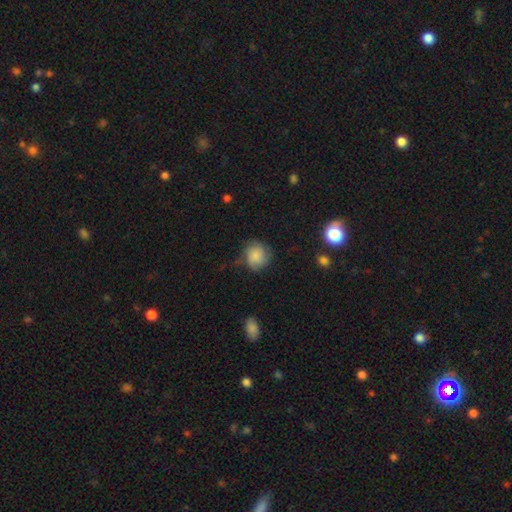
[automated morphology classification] Overall: smooth (75%). How rounded: round (85%). Merging: none (60%; minor disturbance 27%).